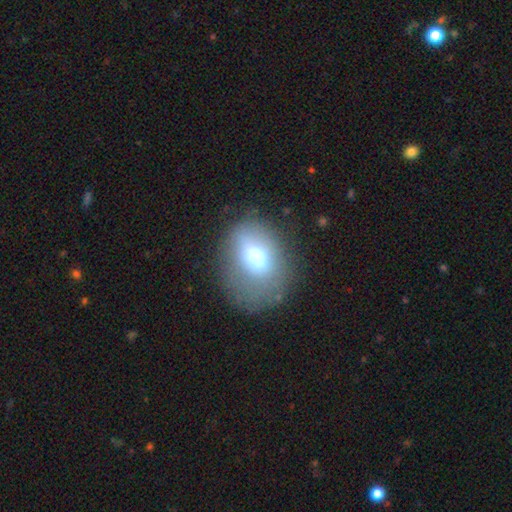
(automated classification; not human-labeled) A smooth galaxy with no disk features (64%) that is in between round and cigar-shaped (68%).

Vote fractions:
- Smooth or featured? smooth: 64% / featured or disk: 25% / star or artifact: 11%
- How rounded? in between: 68% / round: 31% / cigar-shaped: 1%
- Merging? none: 49% / minor disturbance: 25% / major disturbance: 20% / merger: 6%